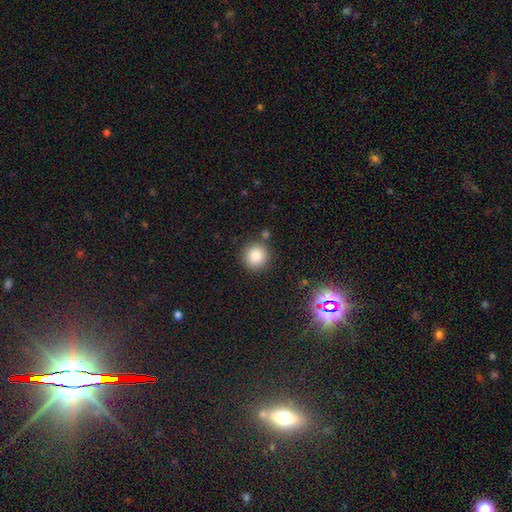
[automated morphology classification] Smooth or featured? Predicted: smooth (p=0.84). How rounded? Predicted: round (p=0.93). Merging? Predicted: none (p=0.85).